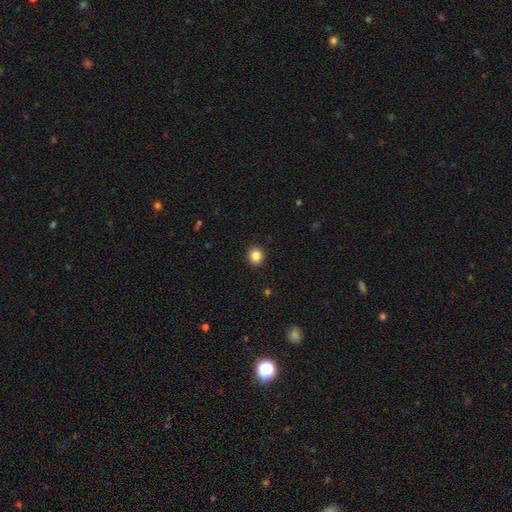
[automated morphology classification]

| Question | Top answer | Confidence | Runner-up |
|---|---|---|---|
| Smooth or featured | smooth | 86% | star or artifact (10%) |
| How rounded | round | 86% | in between (13%) |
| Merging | none | 92% | minor disturbance (5%) |